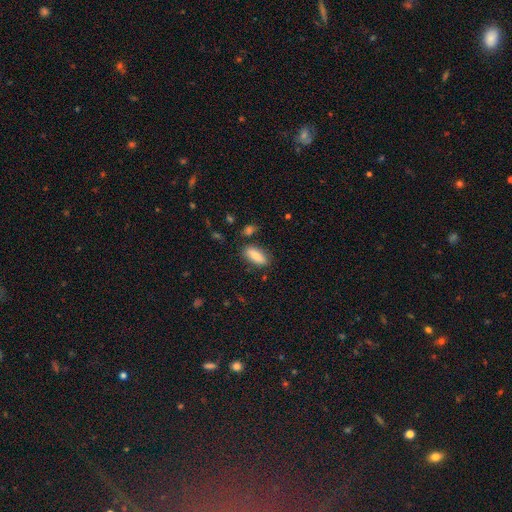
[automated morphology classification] Smooth or featured?
  - smooth: 81% *
  - featured or disk: 12%
  - star or artifact: 7%
How rounded?
  - in between: 81% *
  - cigar-shaped: 16%
  - round: 2%
Merging?
  - none: 81% *
  - minor disturbance: 12%
  - merger: 4%
  - major disturbance: 3%